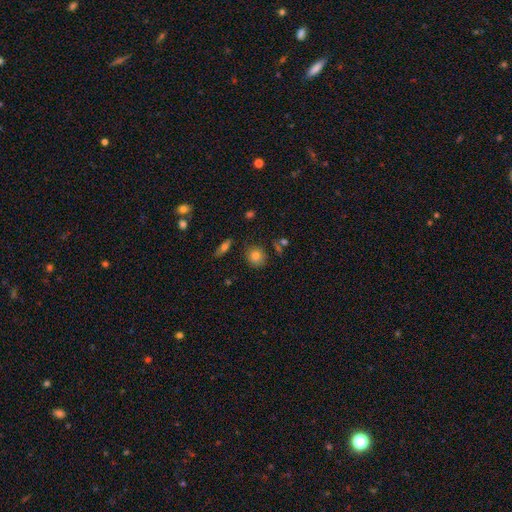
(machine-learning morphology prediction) This is likely a smooth galaxy (79%). How rounded: clearly round (82%). Merging: clearly none (81%).